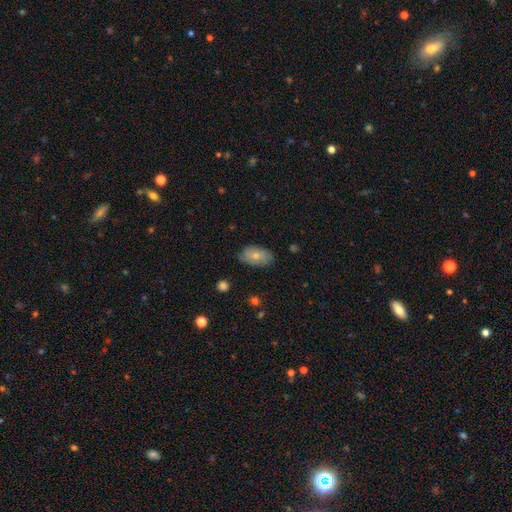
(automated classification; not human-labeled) smooth_or_featured: smooth (p=0.66) [alt: featured or disk p=0.27]
how_rounded: in between (p=0.92) [alt: round p=0.05]
merging: none (p=0.77) [alt: minor disturbance p=0.18]